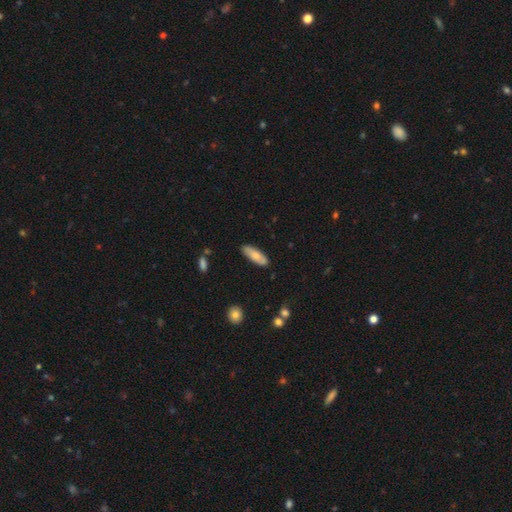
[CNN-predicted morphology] smooth-or-featured: smooth: 75% | featured or disk: 19% | star or artifact: 6%
  how-rounded: in between: 61% | cigar-shaped: 38% | round: 2%
  merging: none: 84% | minor disturbance: 13% | major disturbance: 2% | merger: 2%